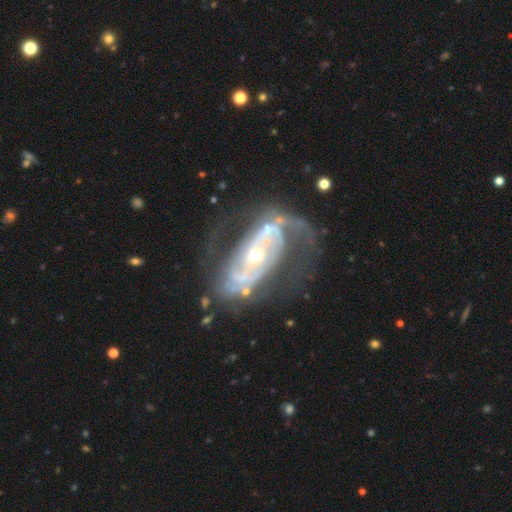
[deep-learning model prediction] Overall: featured or disk (87%). Edge-on disk: no (94%). Bar: no (48%; weak 27%). Spiral arms: yes (89%). Spiral arm count: 2 (73%). Spiral winding: medium (43%; tight 33%). Bulge size: small (49%; moderate 46%). Merging: none (57%; major disturbance 22%).